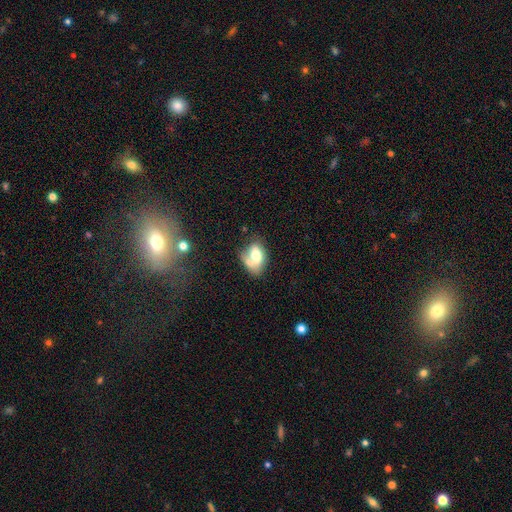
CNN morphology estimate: Overall: smooth (65%; featured or disk 27%). How rounded: in between (84%). Merging: merger (44%; none 28%).